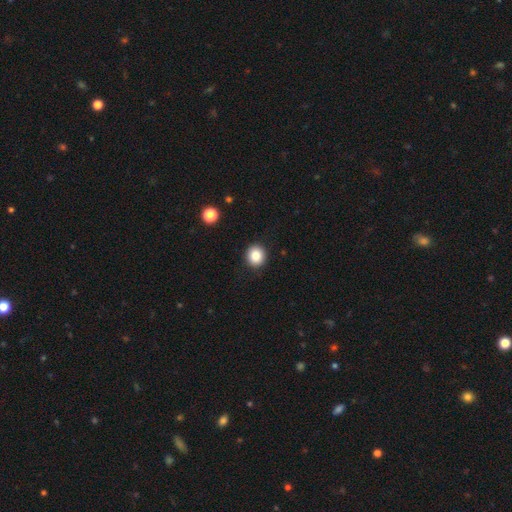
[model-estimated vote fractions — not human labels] Smooth or featured: smooth — 86% (star or artifact — 10%)
How rounded: round — 84% (in between — 15%)
Merging: none — 91% (minor disturbance — 6%)